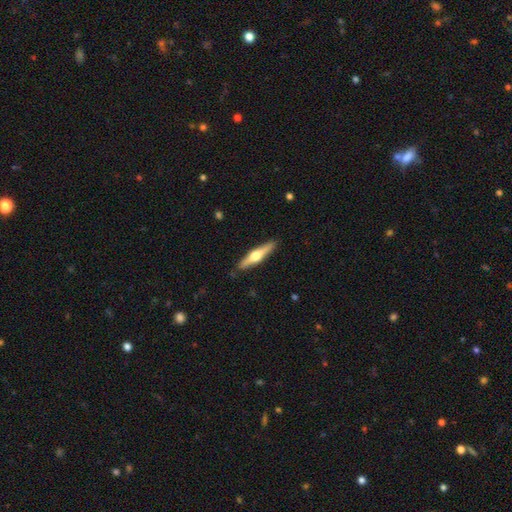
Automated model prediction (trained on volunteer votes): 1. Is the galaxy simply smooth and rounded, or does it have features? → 61% featured or disk, 34% smooth, 5% star or artifact.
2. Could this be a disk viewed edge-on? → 96% yes, 4% no.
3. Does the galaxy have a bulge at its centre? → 95% rounded, 3% boxy, 3% none.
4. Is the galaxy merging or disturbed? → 90% none, 7% minor disturbance, 1% major disturbance, 1% merger.